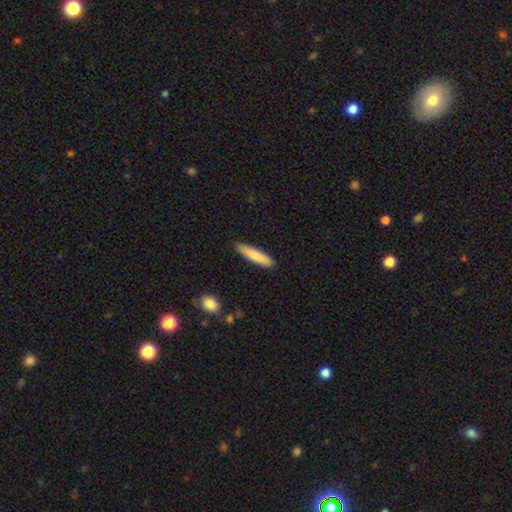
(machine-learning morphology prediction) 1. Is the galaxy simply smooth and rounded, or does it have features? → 80% smooth, 14% featured or disk, 6% star or artifact.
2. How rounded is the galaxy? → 83% cigar-shaped, 16% in between, 1% round.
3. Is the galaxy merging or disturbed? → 86% none, 10% minor disturbance, 2% major disturbance, 1% merger.